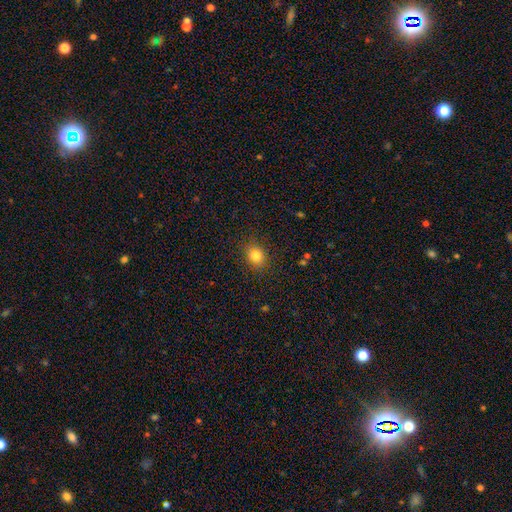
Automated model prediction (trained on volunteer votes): Q: Smooth or featured?
A: smooth (83%); runner-up: star or artifact (12%)
Q: How rounded?
A: round (58%); runner-up: in between (41%)
Q: Merging?
A: none (87%); runner-up: minor disturbance (9%)